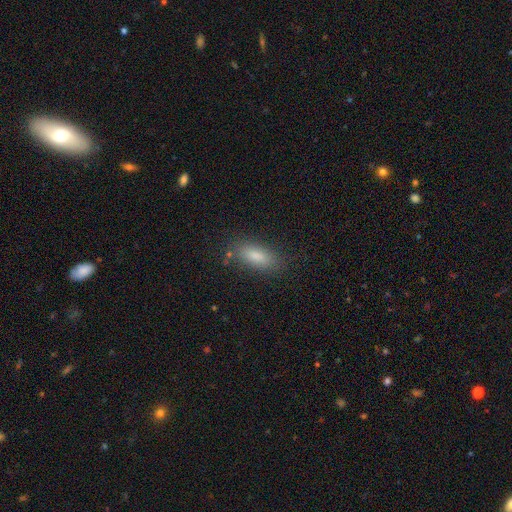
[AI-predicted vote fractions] A smooth galaxy with no disk features (80%) that is in between round and cigar-shaped (72%).

Vote fractions:
- Smooth or featured? smooth: 80% / featured or disk: 10% / star or artifact: 10%
- How rounded? in between: 72% / cigar-shaped: 25% / round: 3%
- Merging? none: 83% / minor disturbance: 12% / major disturbance: 3% / merger: 2%